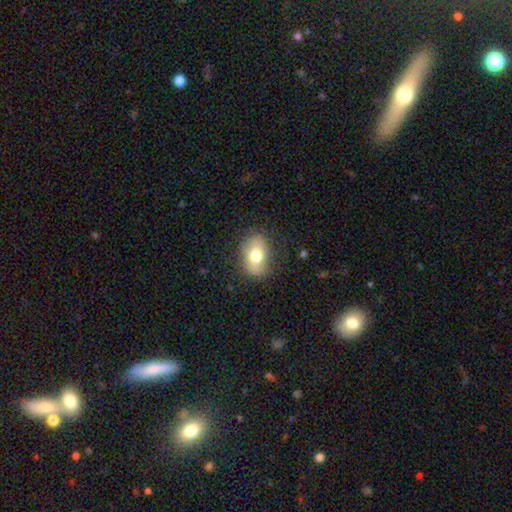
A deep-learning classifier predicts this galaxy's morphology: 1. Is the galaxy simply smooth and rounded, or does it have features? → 71% smooth, 22% featured or disk, 7% star or artifact.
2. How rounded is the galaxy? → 82% in between, 16% round, 2% cigar-shaped.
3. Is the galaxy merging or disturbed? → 81% none, 14% minor disturbance, 4% major disturbance, 1% merger.